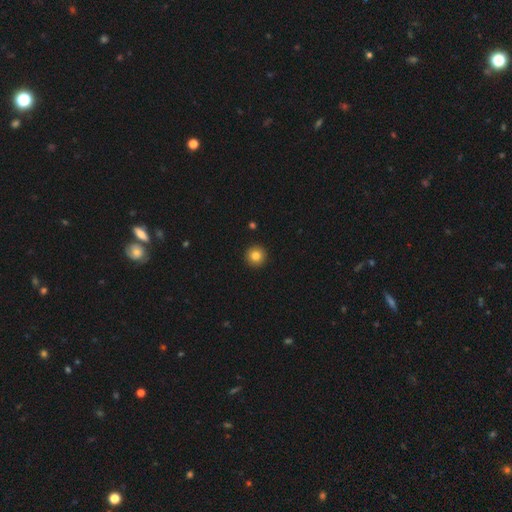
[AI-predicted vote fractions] Smooth or featured?
  - smooth: 83% *
  - star or artifact: 10%
  - featured or disk: 7%
How rounded?
  - round: 96% *
  - in between: 3%
  - cigar-shaped: 1%
Merging?
  - none: 94% *
  - minor disturbance: 4%
  - major disturbance: 1%
  - merger: 1%